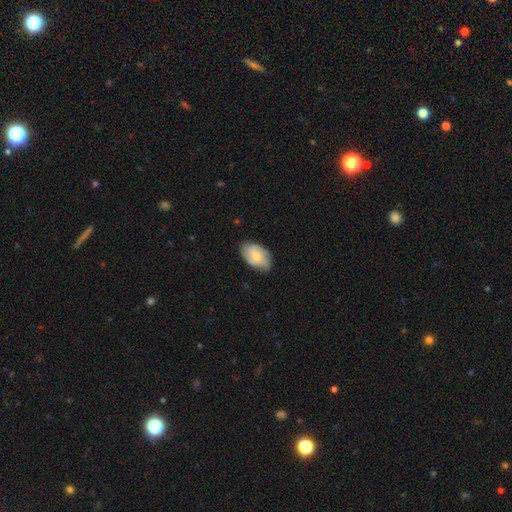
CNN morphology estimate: smooth 58%, featured or disk 36%, star or artifact 6%. Down the decision tree: how rounded — in between (90%); merging — none (71%).